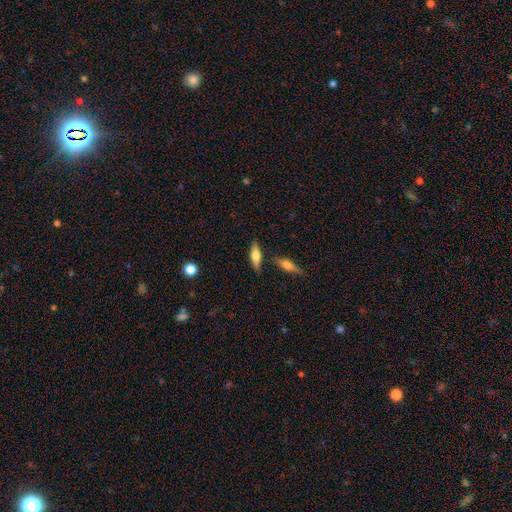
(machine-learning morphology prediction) A smooth galaxy with no disk features (57%) that is in between round and cigar-shaped (53%).

Vote fractions:
- Smooth or featured? smooth: 57% / featured or disk: 36% / star or artifact: 7%
- How rounded? in between: 53% / cigar-shaped: 43% / round: 3%
- Merging? none: 78% / minor disturbance: 12% / merger: 7% / major disturbance: 3%